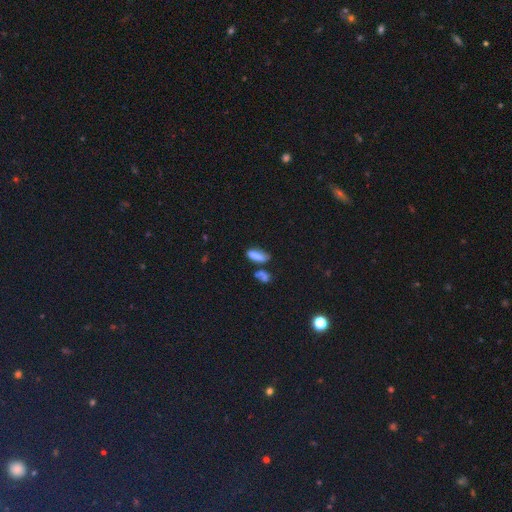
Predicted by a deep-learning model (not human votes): The model was most divided on "merging": none: 39%, merger: 28%, minor disturbance: 21%, major disturbance: 12%. More confident: smooth or featured — smooth (75%); how rounded — in between (61%).